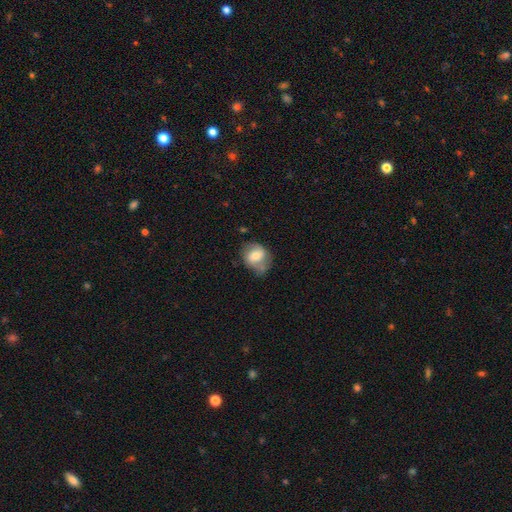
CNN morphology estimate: Overall: smooth (55%; featured or disk 37%). How rounded: round (53%; in between 46%). Merging: none (50%; minor disturbance 32%).